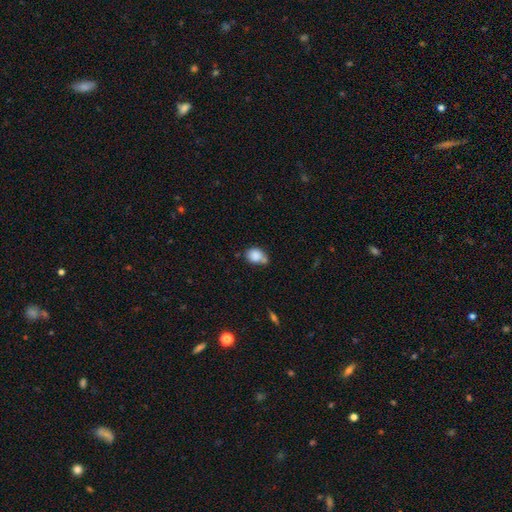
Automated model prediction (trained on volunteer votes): This is clearly a smooth galaxy (84%). How rounded: possibly round (51%). Merging: possibly none (47%).